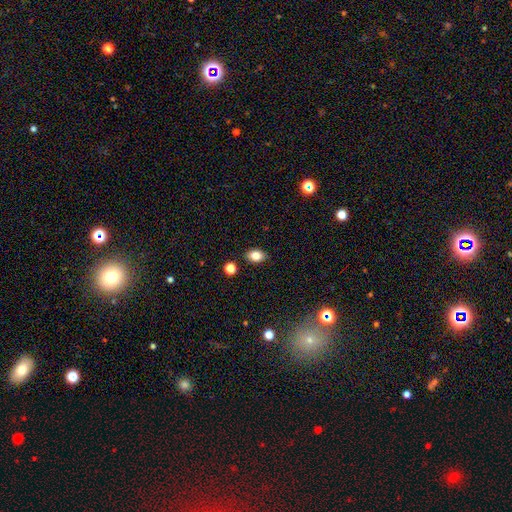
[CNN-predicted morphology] type=smooth (83%); roundness=in between (76%); merging=none (85%).